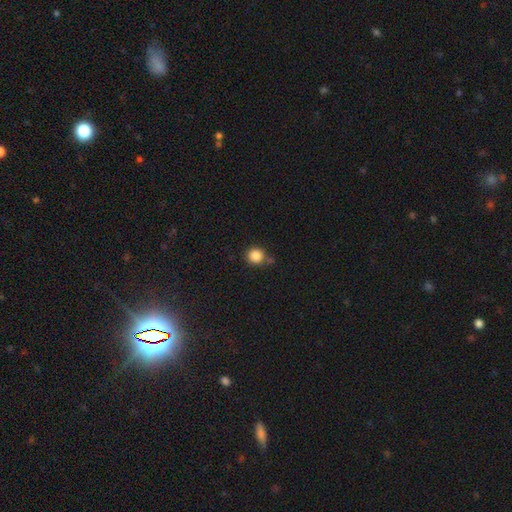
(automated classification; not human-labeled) The model was most divided on "merging": none: 76%, minor disturbance: 12%, merger: 9%, major disturbance: 3%. More confident: how rounded — round (93%); smooth or featured — smooth (86%).